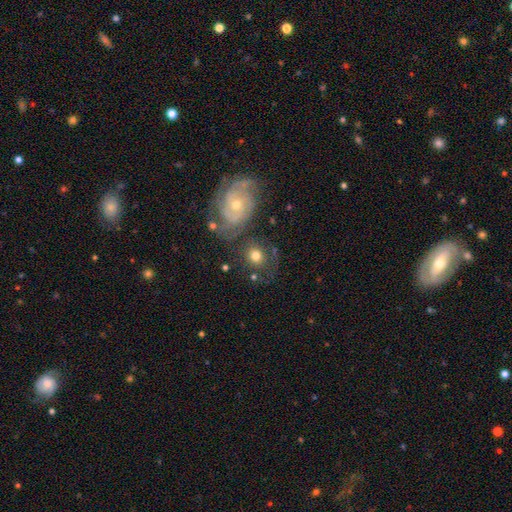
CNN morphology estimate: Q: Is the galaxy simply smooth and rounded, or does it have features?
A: smooth — 61%.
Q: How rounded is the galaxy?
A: round — 78%.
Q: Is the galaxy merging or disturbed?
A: none — 65%.